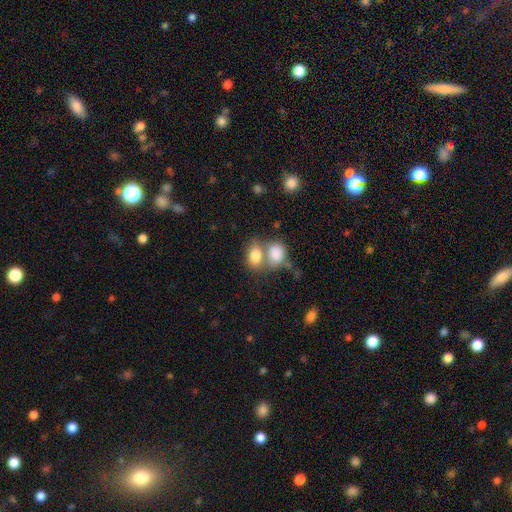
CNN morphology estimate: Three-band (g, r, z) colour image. It shows a smooth galaxy with no disk features (81%) that is in between round and cigar-shaped (71%). Merging: merger (56%).